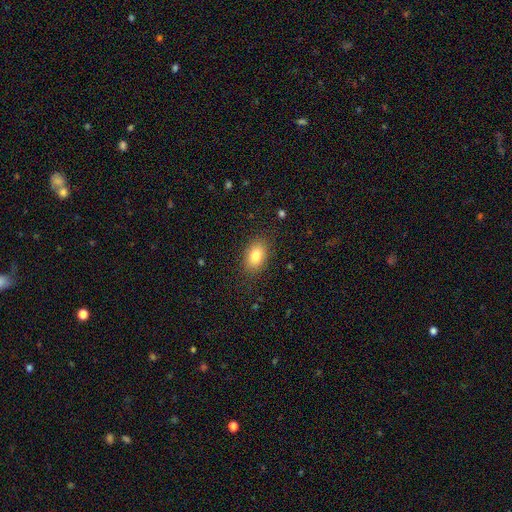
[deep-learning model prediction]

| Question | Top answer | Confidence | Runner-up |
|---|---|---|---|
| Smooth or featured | smooth | 82% | featured or disk (9%) |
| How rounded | in between | 84% | round (15%) |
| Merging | none | 86% | minor disturbance (10%) |